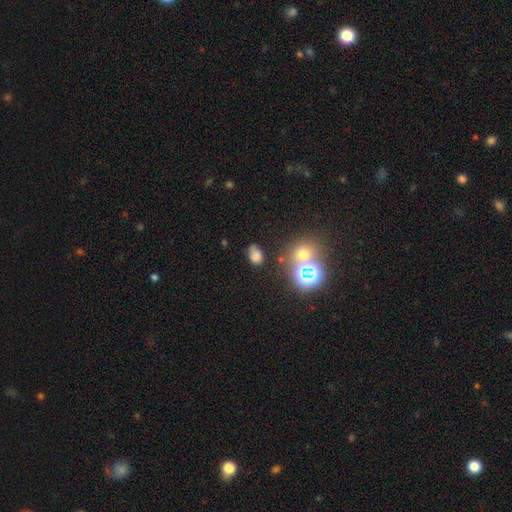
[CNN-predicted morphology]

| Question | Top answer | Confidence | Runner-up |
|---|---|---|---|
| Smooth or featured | smooth | 68% | star or artifact (22%) |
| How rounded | in between | 77% | round (21%) |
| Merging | none | 61% | minor disturbance (22%) |